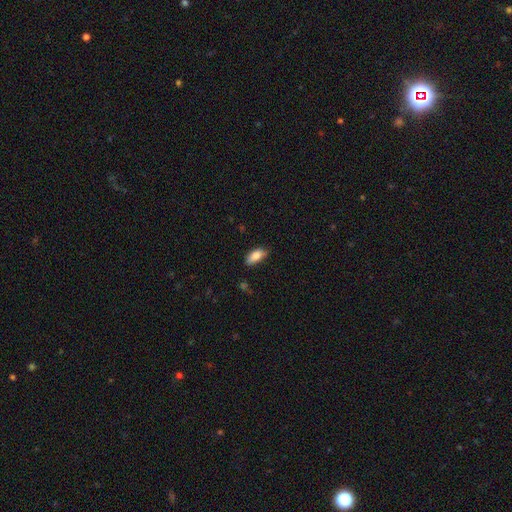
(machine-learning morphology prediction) smooth-or-featured: smooth: 85% | featured or disk: 8% | star or artifact: 7%
  how-rounded: in between: 88% | cigar-shaped: 9% | round: 3%
  merging: none: 69% | minor disturbance: 25% | major disturbance: 4% | merger: 2%